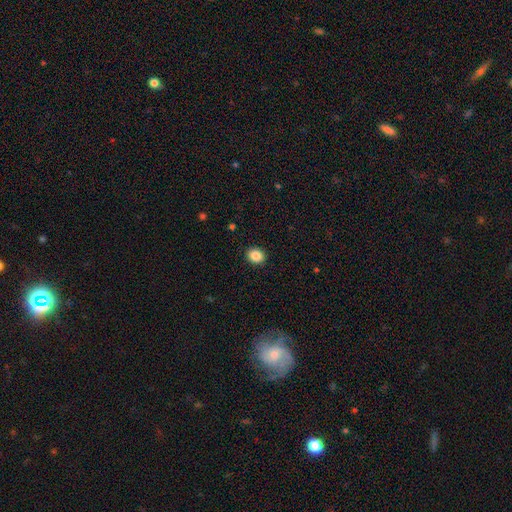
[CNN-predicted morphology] A smooth galaxy with no disk features (87%) that is round (63%).

Vote fractions:
- Smooth or featured? smooth: 87% / star or artifact: 9% / featured or disk: 4%
- How rounded? round: 63% / in between: 36% / cigar-shaped: 1%
- Merging? none: 92% / minor disturbance: 6% / major disturbance: 2% / merger: 1%